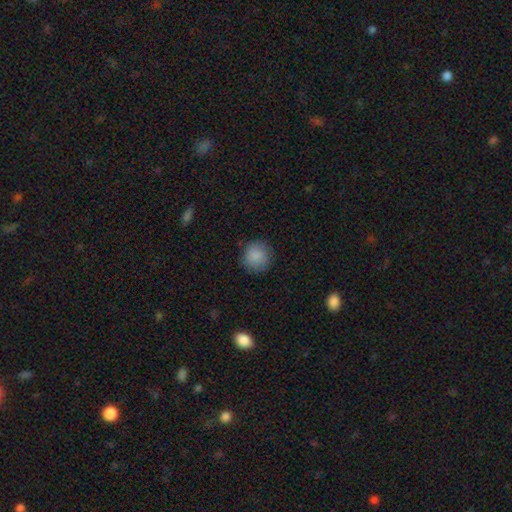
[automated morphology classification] Smooth or featured?
  - smooth: 86% *
  - star or artifact: 8%
  - featured or disk: 5%
How rounded?
  - round: 92% *
  - in between: 7%
  - cigar-shaped: 1%
Merging?
  - none: 84% *
  - minor disturbance: 11%
  - major disturbance: 3%
  - merger: 1%